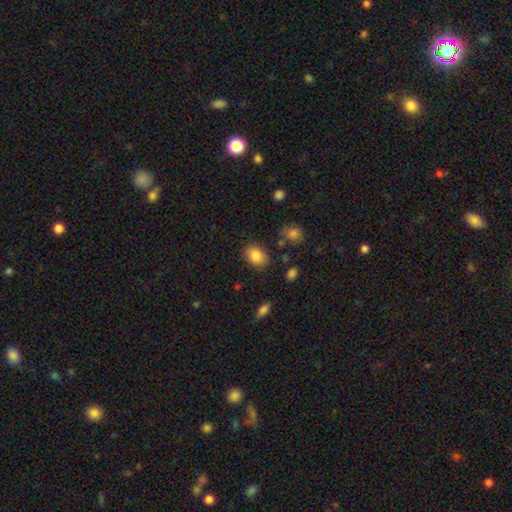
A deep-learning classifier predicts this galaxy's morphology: The model was most divided on "how rounded": in between: 66%, round: 33%, cigar-shaped: 1%. More confident: smooth or featured — smooth (85%); merging — none (82%).